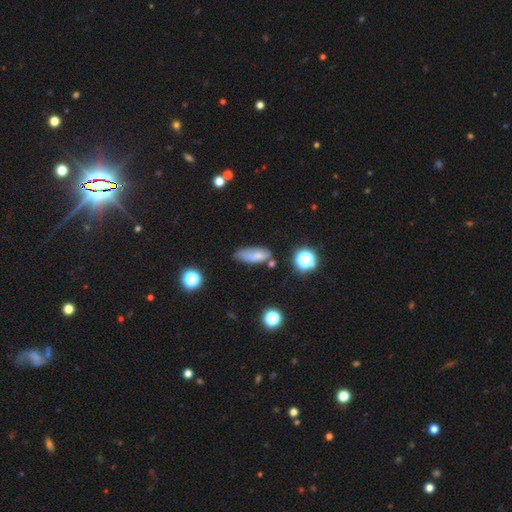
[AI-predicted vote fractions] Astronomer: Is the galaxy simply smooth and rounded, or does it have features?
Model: smooth — 74%.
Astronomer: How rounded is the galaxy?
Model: in between — 73%.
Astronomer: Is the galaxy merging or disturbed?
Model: none — 53% (runner-up: minor disturbance, 31%).